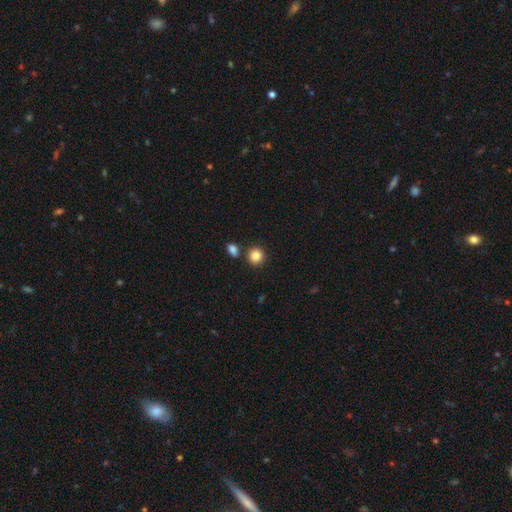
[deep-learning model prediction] smooth-or-featured: smooth: 86% | star or artifact: 9% | featured or disk: 5%
  how-rounded: round: 88% | in between: 11% | cigar-shaped: 1%
  merging: none: 79% | merger: 11% | minor disturbance: 8% | major disturbance: 2%